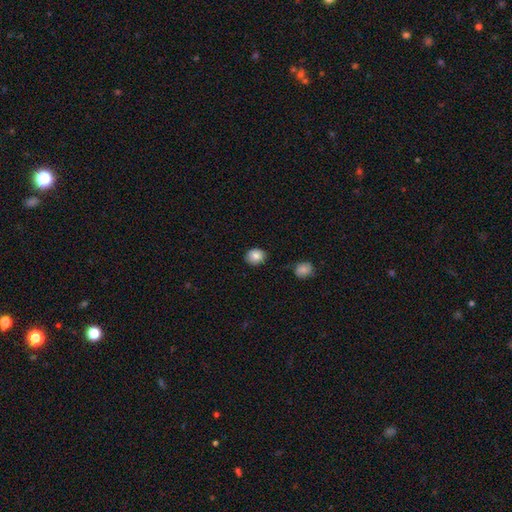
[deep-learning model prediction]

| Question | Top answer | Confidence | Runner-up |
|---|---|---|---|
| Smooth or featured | smooth | 85% | star or artifact (9%) |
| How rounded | round | 66% | in between (33%) |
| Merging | none | 83% | minor disturbance (13%) |